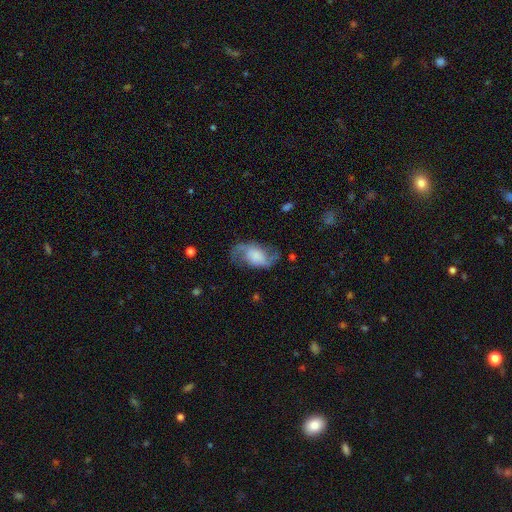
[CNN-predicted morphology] Smooth or featured: featured or disk — 72% (smooth — 21%)
Edge-on disk: no — 97% (yes — 3%)
Bar: no — 62% (weak — 30%)
Spiral arms: yes — 91% (no — 9%)
Spiral winding: loose — 51% (medium — 38%)
Spiral arm count: 2 — 91% (can't tell — 4%)
Bulge size: none — 33% (large — 29%)
Merging: none — 66% (minor disturbance — 19%)